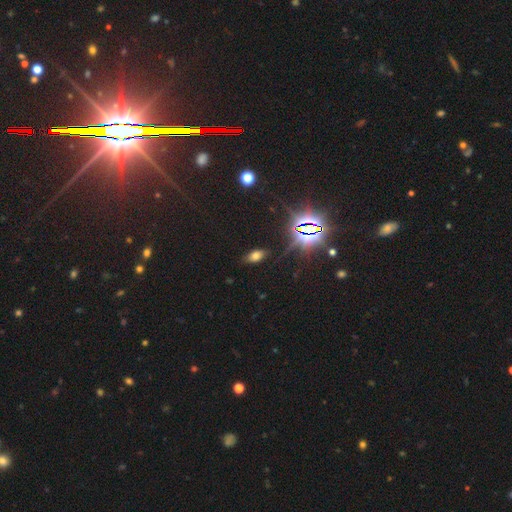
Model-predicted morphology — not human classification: This appears to be a smooth galaxy with no disk features (57%) that is in between round and cigar-shaped (89%). Merging: none (83%).